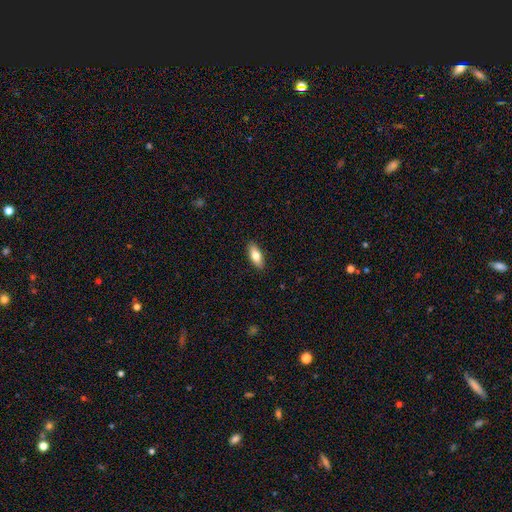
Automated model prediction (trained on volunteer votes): Smooth or featured: smooth — 75% (featured or disk — 19%)
How rounded: in between — 78% (cigar-shaped — 19%)
Merging: none — 90% (minor disturbance — 8%)